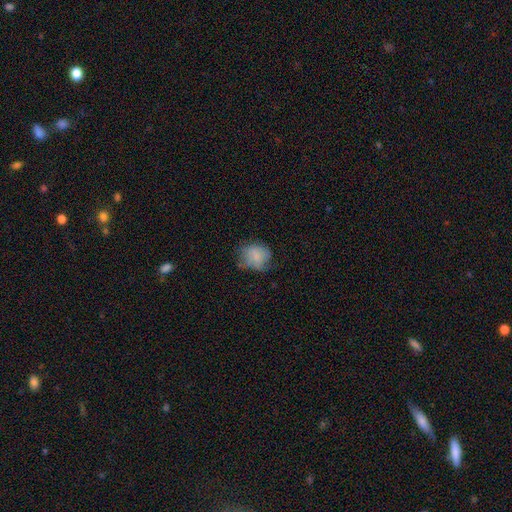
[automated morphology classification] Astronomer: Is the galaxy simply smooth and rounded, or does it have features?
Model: smooth — 74%.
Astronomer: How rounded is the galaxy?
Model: round — 62%.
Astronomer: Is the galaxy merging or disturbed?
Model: none — 52% (runner-up: minor disturbance, 32%).